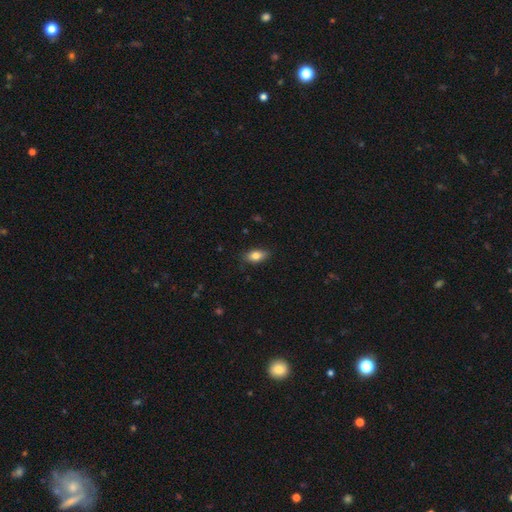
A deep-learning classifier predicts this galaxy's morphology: Overall: smooth (81%). How rounded: in between (86%). Merging: none (83%).